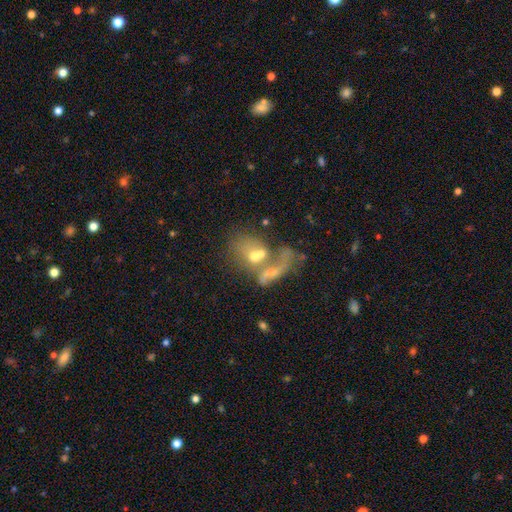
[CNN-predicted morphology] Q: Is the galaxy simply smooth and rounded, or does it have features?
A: featured or disk — 46%.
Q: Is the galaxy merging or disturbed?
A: merger — 61%.